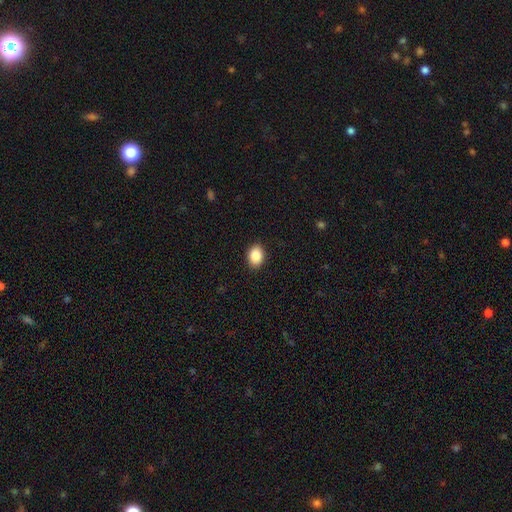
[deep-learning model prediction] smooth_or_featured: smooth (p=0.88) [alt: star or artifact p=0.08]
how_rounded: in between (p=0.71) [alt: round p=0.28]
merging: none (p=0.90) [alt: minor disturbance p=0.07]